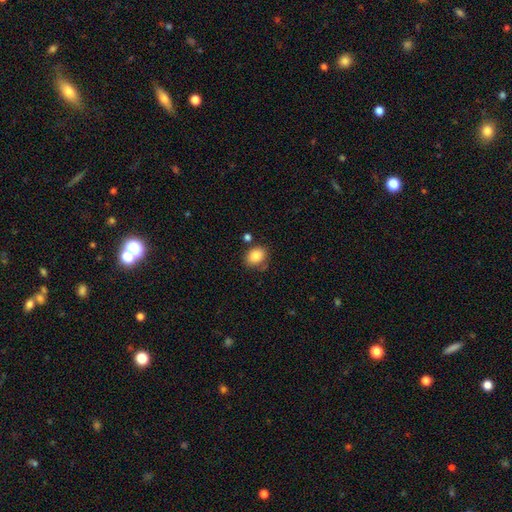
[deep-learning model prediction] Q: Smooth or featured?
A: smooth (86%); runner-up: star or artifact (8%)
Q: How rounded?
A: in between (62%); runner-up: round (37%)
Q: Merging?
A: none (71%); runner-up: minor disturbance (17%)